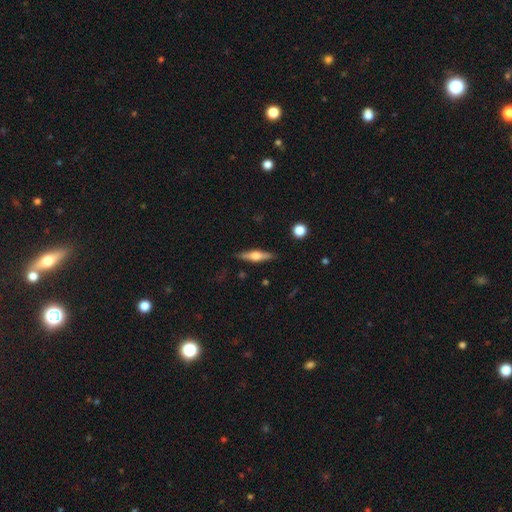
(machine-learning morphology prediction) type=featured or disk (58%); edge-on=yes (95%); edge-on bulge=rounded (92%); merging=none (87%).